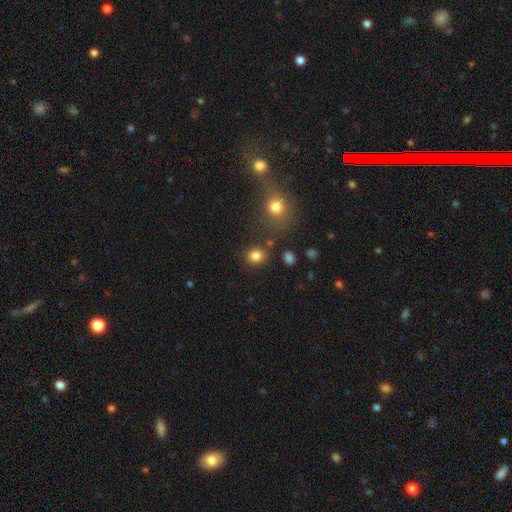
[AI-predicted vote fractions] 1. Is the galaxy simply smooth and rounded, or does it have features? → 83% smooth, 12% star or artifact, 5% featured or disk.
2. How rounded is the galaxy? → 70% round, 28% in between, 1% cigar-shaped.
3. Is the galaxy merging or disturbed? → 80% none, 9% minor disturbance, 7% merger, 4% major disturbance.